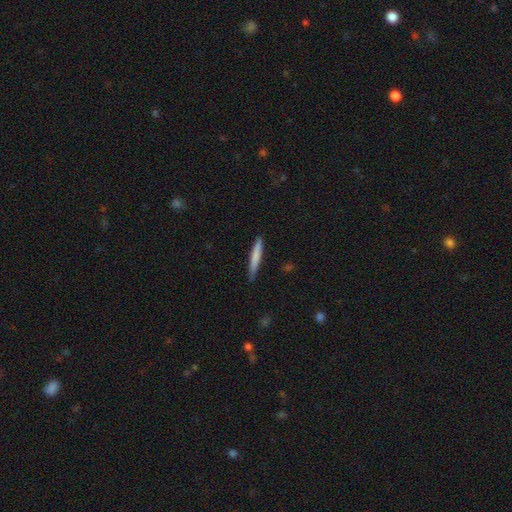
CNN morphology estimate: smooth-or-featured: smooth: 72% | featured or disk: 23% | star or artifact: 6%
  how-rounded: cigar-shaped: 95% | in between: 4% | round: 1%
  merging: none: 83% | minor disturbance: 14% | major disturbance: 2% | merger: 1%